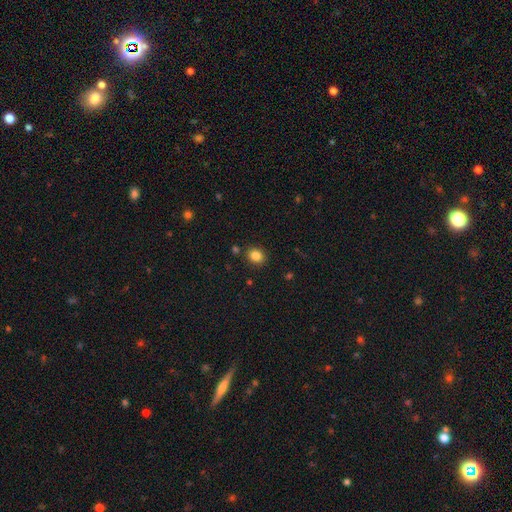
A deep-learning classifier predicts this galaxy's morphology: smooth 84%, star or artifact 11%, featured or disk 5%. Down the decision tree: how rounded — round (69%); merging — none (87%).